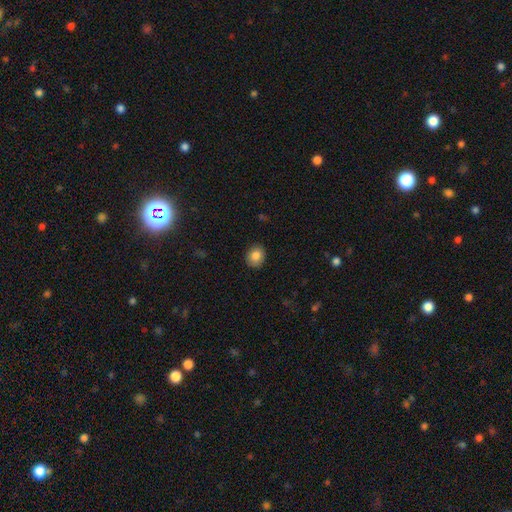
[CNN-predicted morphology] Smooth or featured? smooth (85%)
How rounded? round (64%)
Merging? none (89%)